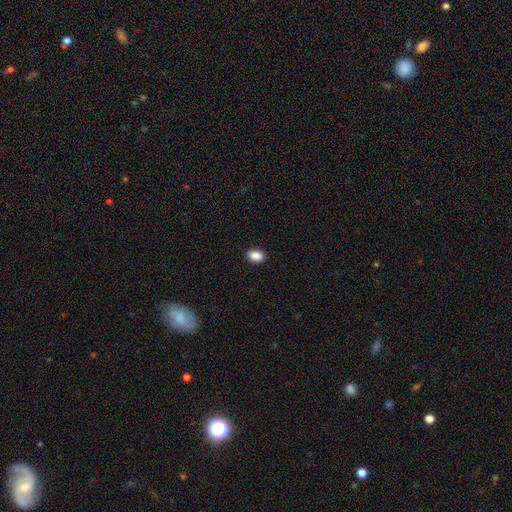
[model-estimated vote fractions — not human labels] smooth_or_featured: smooth (p=0.89) [alt: star or artifact p=0.08]
how_rounded: in between (p=0.85) [alt: round p=0.14]
merging: none (p=0.90) [alt: minor disturbance p=0.07]